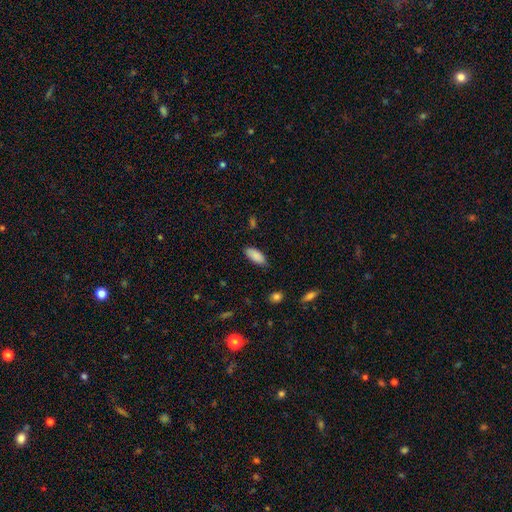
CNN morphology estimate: Q: Smooth or featured?
A: smooth (88%); runner-up: star or artifact (7%)
Q: How rounded?
A: in between (83%); runner-up: cigar-shaped (15%)
Q: Merging?
A: none (79%); runner-up: minor disturbance (17%)